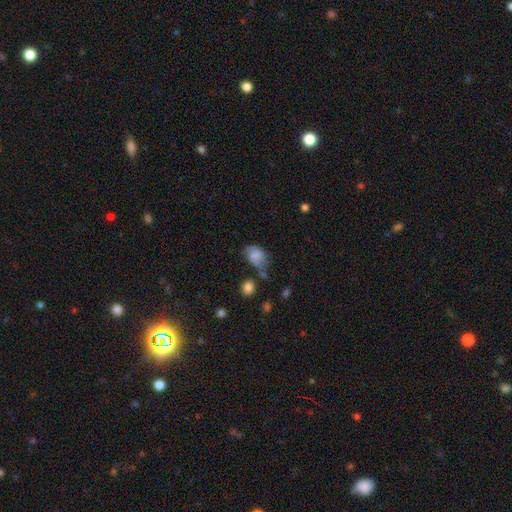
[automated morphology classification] Smooth or featured: smooth — 55% (featured or disk — 34%)
How rounded: in between — 82% (round — 17%)
Merging: none — 47% (minor disturbance — 30%)